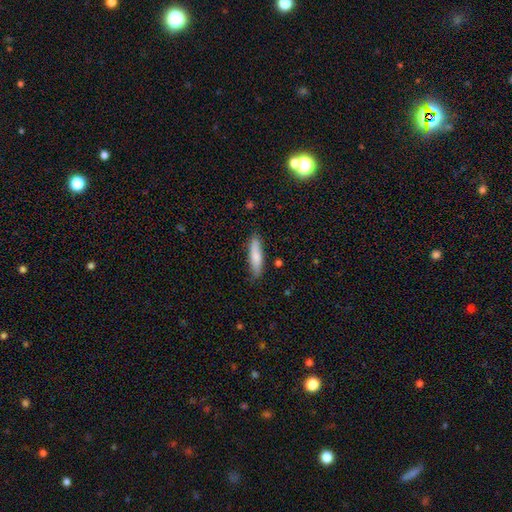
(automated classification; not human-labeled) The model was most divided on "how rounded": cigar-shaped: 75%, in between: 24%, round: 2%. More confident: merging — none (84%); smooth or featured — smooth (76%).